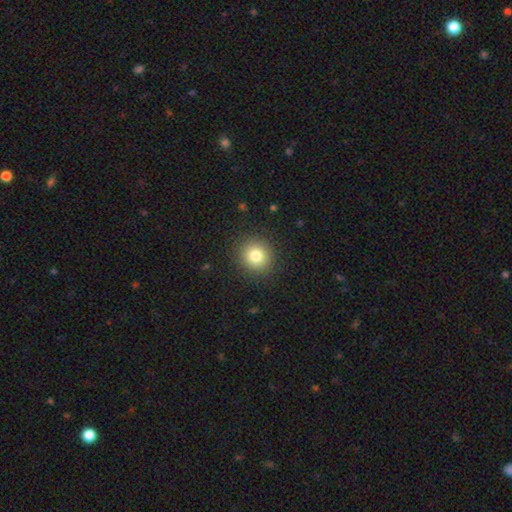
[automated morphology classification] A smooth galaxy with no disk features (80%) that is round (91%). Merging: none (91%).